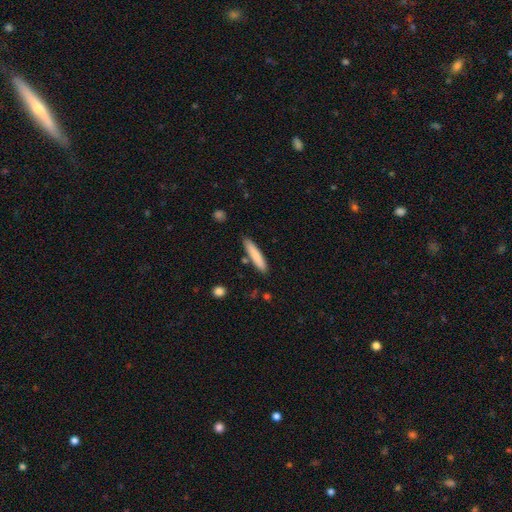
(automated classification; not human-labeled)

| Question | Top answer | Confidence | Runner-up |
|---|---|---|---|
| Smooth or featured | smooth | 81% | featured or disk (14%) |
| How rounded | cigar-shaped | 89% | in between (10%) |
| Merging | none | 85% | minor disturbance (10%) |